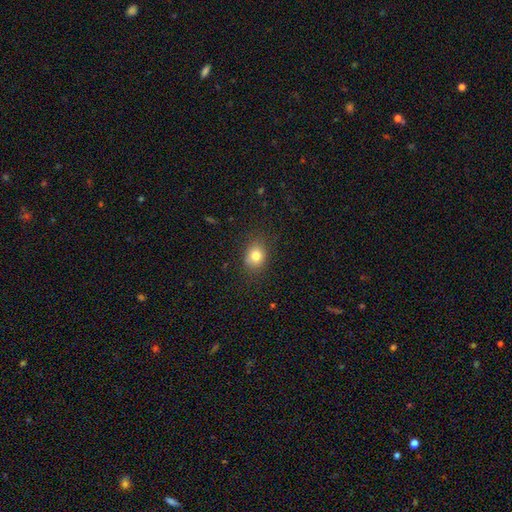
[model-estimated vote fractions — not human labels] Smooth or featured? Predicted: smooth (p=0.80). How rounded? Predicted: round (p=0.55). Merging? Predicted: none (p=0.82).